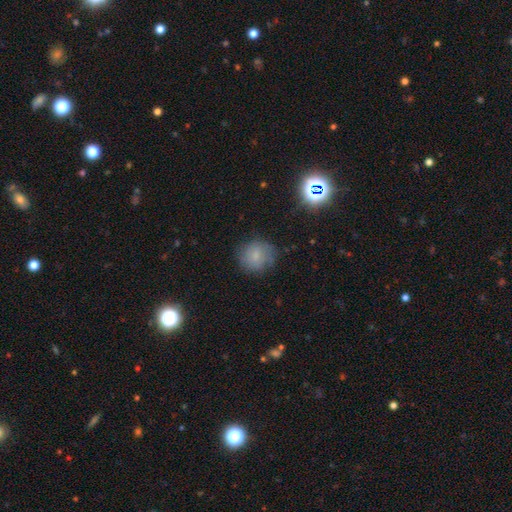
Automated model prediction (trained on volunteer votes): smooth-or-featured: smooth: 75% | featured or disk: 13% | star or artifact: 13%
  how-rounded: round: 88% | in between: 11% | cigar-shaped: 1%
  merging: none: 76% | minor disturbance: 17% | major disturbance: 6% | merger: 1%